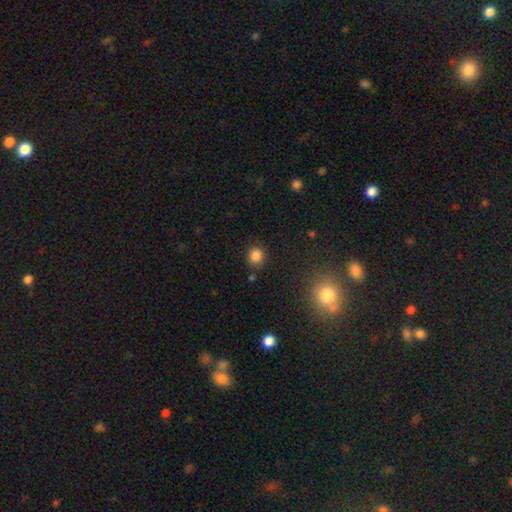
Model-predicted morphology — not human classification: Overall: smooth (84%). How rounded: round (84%). Merging: none (84%).